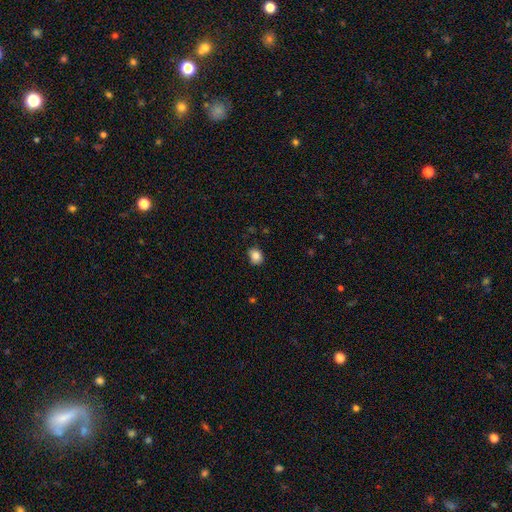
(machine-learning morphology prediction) Smooth or featured? Predicted: smooth (p=0.83). How rounded? Predicted: round (p=0.57). Merging? Predicted: none (p=0.80).